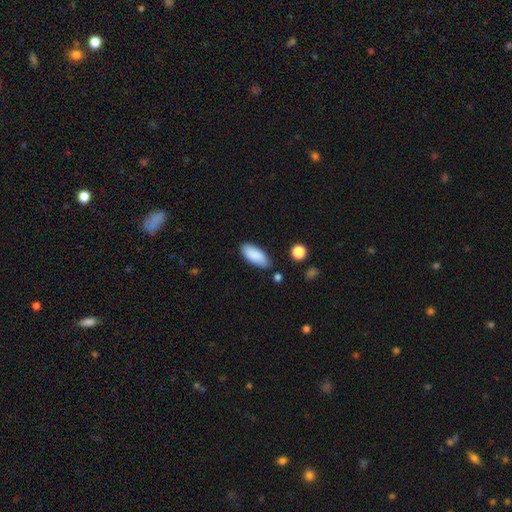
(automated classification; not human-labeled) smooth 89%, star or artifact 6%, featured or disk 5%. Down the decision tree: how rounded — in between (85%); merging — none (80%).